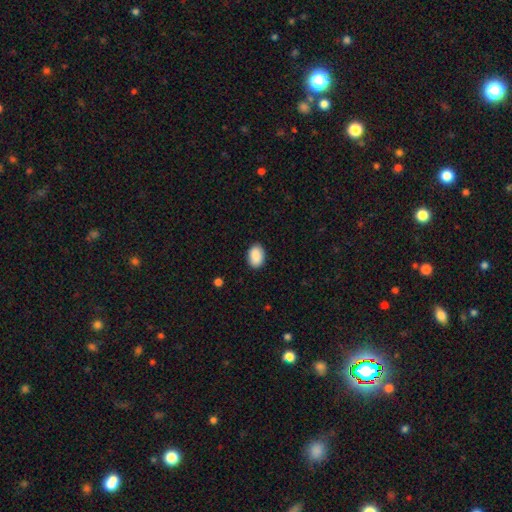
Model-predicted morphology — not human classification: Smooth or featured: smooth — 90% (star or artifact — 6%)
How rounded: in between — 84% (round — 15%)
Merging: none — 89% (minor disturbance — 8%)